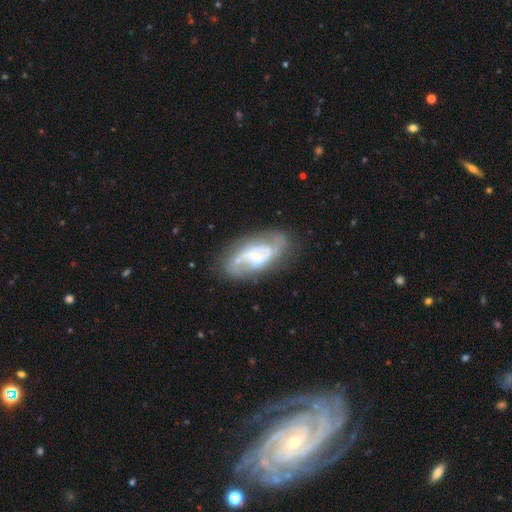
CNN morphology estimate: featured or disk 79%, smooth 15%, star or artifact 6%. Down the decision tree: edge-on disk — no (94%); bar — no (53%); spiral arms — yes (89%); spiral arm count — 2 (68%); spiral winding — medium (47%); bulge size — small (64%); merging — none (69%).